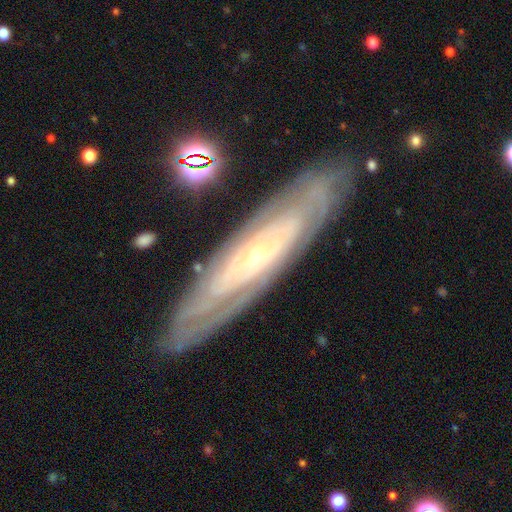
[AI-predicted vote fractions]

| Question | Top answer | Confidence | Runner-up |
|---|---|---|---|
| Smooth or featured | featured or disk | 81% | smooth (12%) |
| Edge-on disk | no | 73% | yes (27%) |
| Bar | no | 76% | weak (17%) |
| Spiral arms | yes | 85% | no (15%) |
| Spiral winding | tight | 77% | medium (18%) |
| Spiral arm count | can't tell | 59% | 2 (16%) |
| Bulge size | small | 85% | moderate (11%) |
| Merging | none | 83% | minor disturbance (12%) |